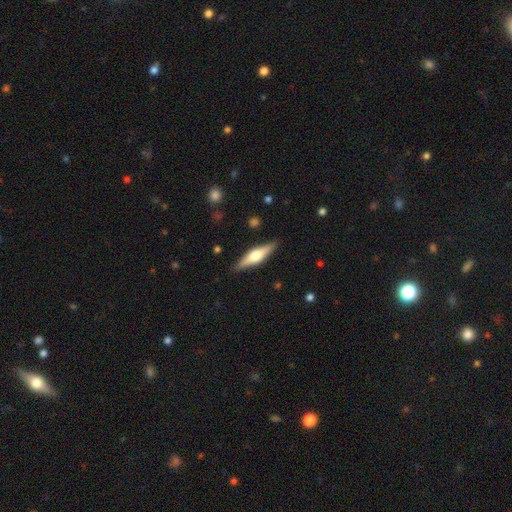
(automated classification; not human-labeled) This is likely a featured or disk galaxy (61%). It is clearly viewed edge-on (95%). Edge-on bulge: clearly rounded (91%). Merging: clearly none (89%).